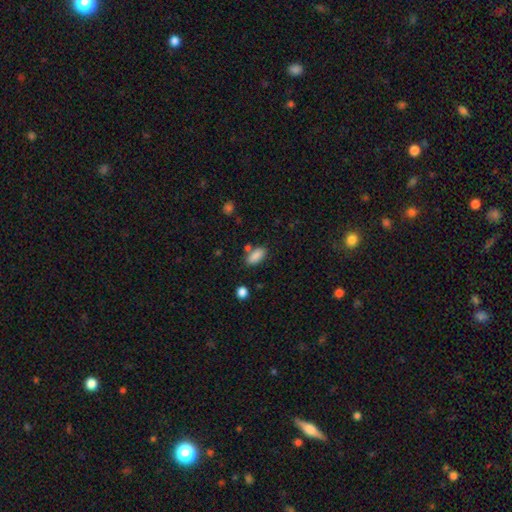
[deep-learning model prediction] A smooth galaxy with no disk features (88%) that is in between round and cigar-shaped (89%). Merging: none (74%).